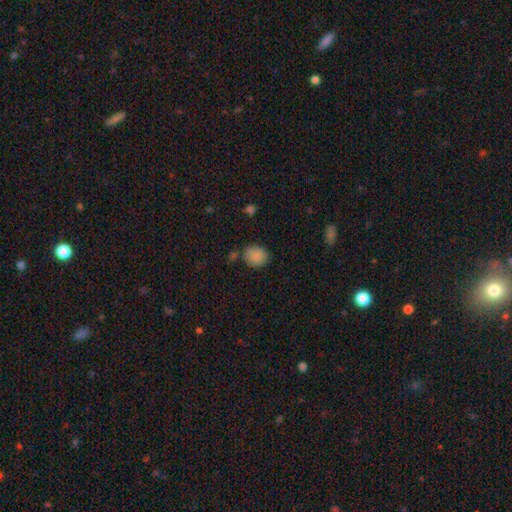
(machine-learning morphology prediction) smooth_or_featured: smooth (p=0.86) [alt: star or artifact p=0.09]
how_rounded: round (p=0.65) [alt: in between p=0.34]
merging: none (p=0.74) [alt: minor disturbance p=0.15]